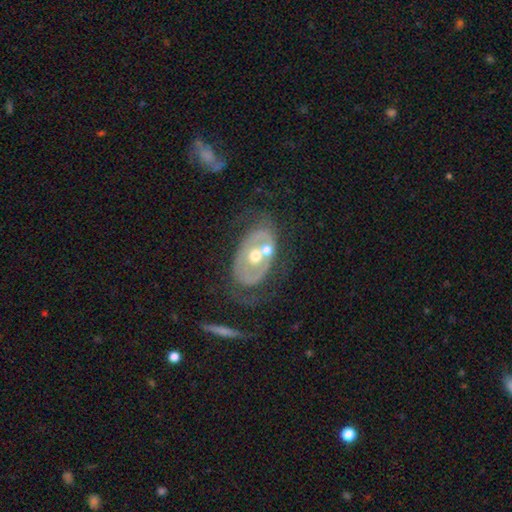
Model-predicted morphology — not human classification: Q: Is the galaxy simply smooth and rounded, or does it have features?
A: featured or disk — 69%.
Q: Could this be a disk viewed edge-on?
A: no — 93%.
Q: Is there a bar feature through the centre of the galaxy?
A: no — 83%.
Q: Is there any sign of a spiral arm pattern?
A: no — 71%.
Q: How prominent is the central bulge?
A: moderate — 76%.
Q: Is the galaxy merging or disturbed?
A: none — 48%.